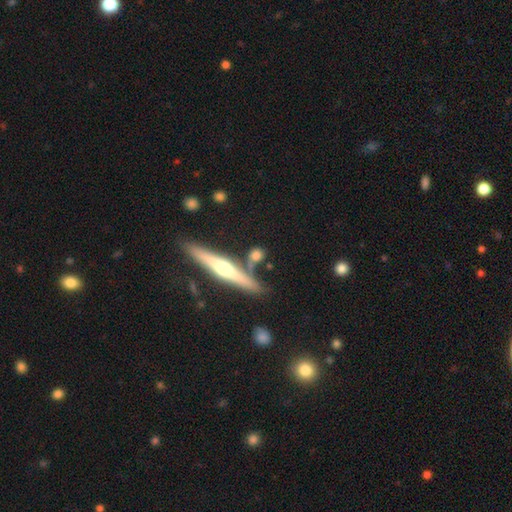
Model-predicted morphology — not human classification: type=smooth (64%); roundness=round (46%); merging=none (65%).